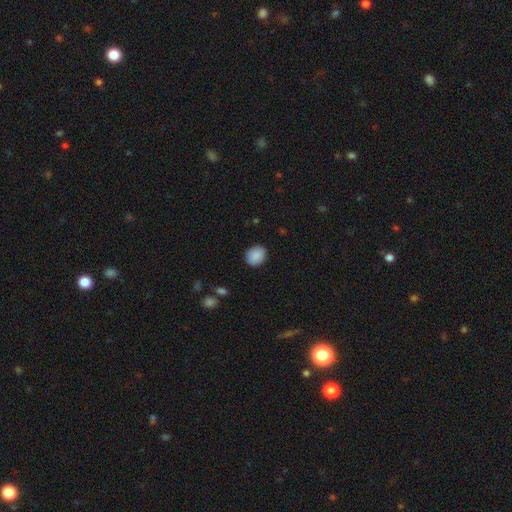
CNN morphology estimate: smooth_or_featured: smooth (p=0.89) [alt: star or artifact p=0.08]
how_rounded: round (p=0.63) [alt: in between p=0.36]
merging: none (p=0.87) [alt: minor disturbance p=0.09]